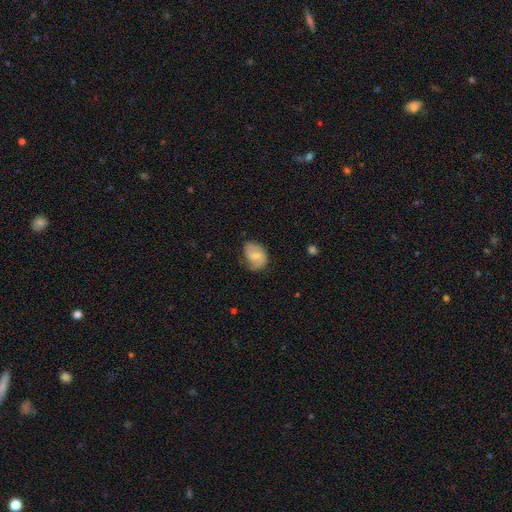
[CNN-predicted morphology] A featured or disk galaxy (51%).

Vote fractions:
- Smooth or featured? featured or disk: 51% / smooth: 42% / star or artifact: 7%
- Edge-on disk? no: 97% / yes: 3%
- Merging? none: 58% / minor disturbance: 30% / major disturbance: 11% / merger: 1%